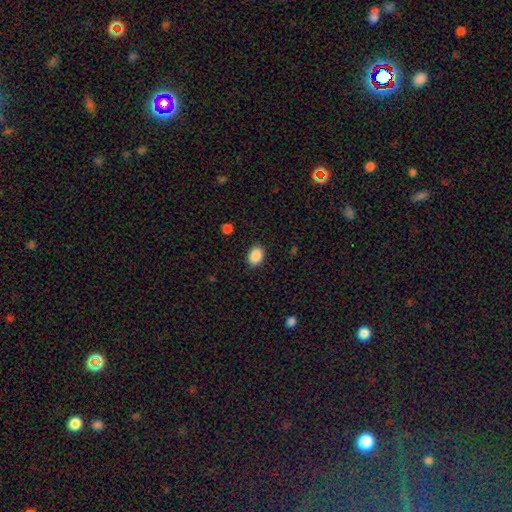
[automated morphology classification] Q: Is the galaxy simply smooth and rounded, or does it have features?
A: smooth — 89%.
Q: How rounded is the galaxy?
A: in between — 77%.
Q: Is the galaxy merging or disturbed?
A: none — 88%.